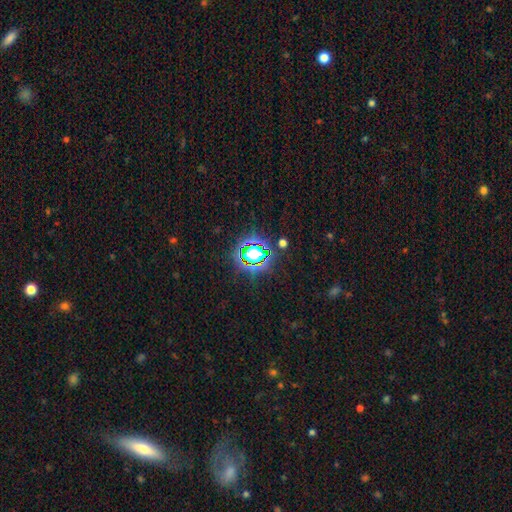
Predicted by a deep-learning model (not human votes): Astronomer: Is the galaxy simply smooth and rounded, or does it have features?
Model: star or artifact — 68%.